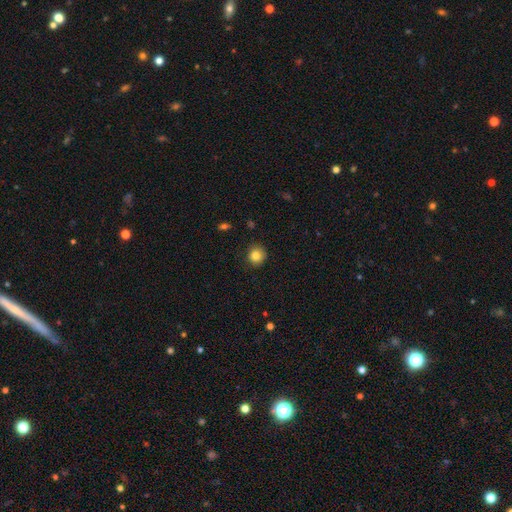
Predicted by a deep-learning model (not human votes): Smooth or featured? smooth (83%)
How rounded? round (91%)
Merging? none (87%)